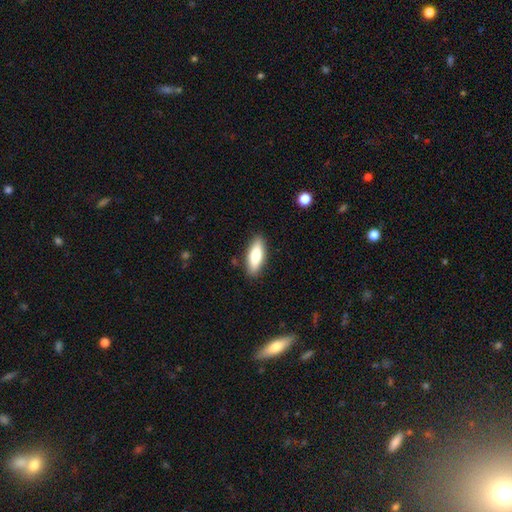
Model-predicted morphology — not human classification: This appears to be a smooth galaxy with no disk features (80%) that is in between round and cigar-shaped (64%). Merging: none (87%).